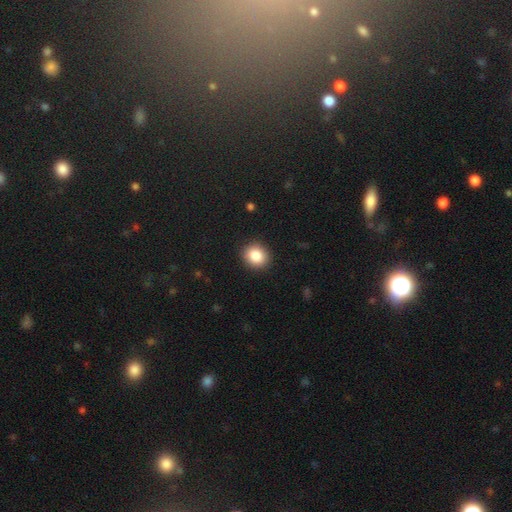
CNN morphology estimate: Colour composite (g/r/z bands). It shows a smooth galaxy with no disk features (86%) that is round (78%). Merging: none (90%).